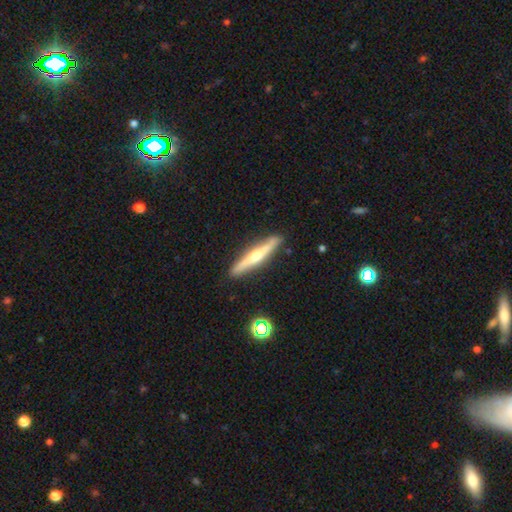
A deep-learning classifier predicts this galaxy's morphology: type=featured or disk (67%); edge-on=yes (97%); edge-on bulge=rounded (86%); merging=none (90%).